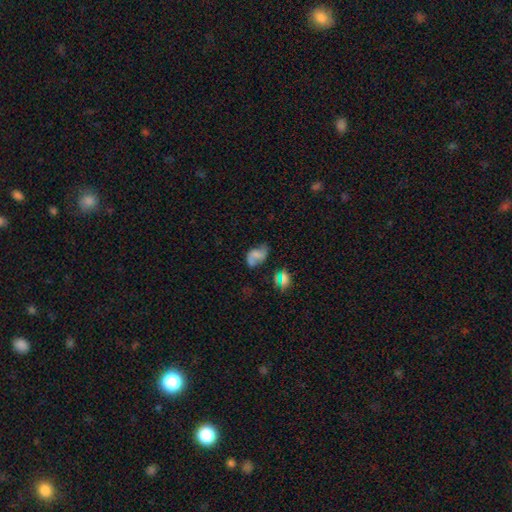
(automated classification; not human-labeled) The model was most divided on "bar": no: 50%, weak: 36%, strong: 14%. More confident: edge-on disk — no (97%); spiral arms — yes (88%); spiral arm count — 2 (87%); spiral winding — loose (59%); smooth or featured — featured or disk (59%); merging — none (57%); bulge size — none (50%).